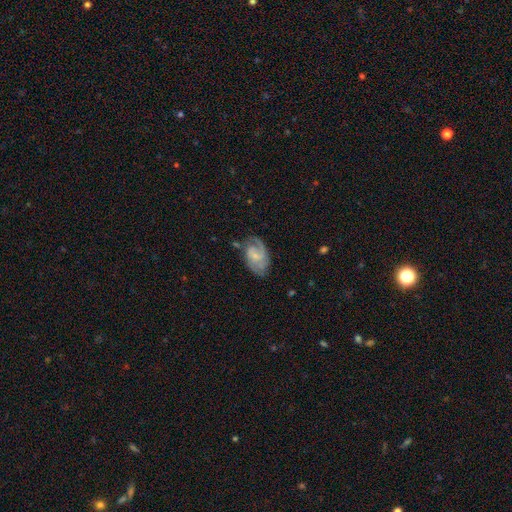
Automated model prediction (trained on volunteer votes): A featured or disk galaxy (76%) with no bar (51%), 2 (54%) medium (46%) spiral arms (93%) and a small central bulge (65%).

Vote fractions:
- Smooth or featured? featured or disk: 76% / smooth: 18% / star or artifact: 6%
- Edge-on disk? no: 97% / yes: 3%
- Bar? no: 51% / weak: 42% / strong: 7%
- Spiral arms? yes: 93% / no: 7%
- Spiral winding? medium: 46% / tight: 36% / loose: 18%
- Spiral arm count? 2: 54% / can't tell: 19% / 3: 11% / 1: 10% / 4: 3% / more than 4: 3%
- Bulge size? small: 65% / moderate: 20% / none: 13% / large: 2% / dominant: 1%
- Merging? none: 62% / minor disturbance: 23% / major disturbance: 11% / merger: 3%